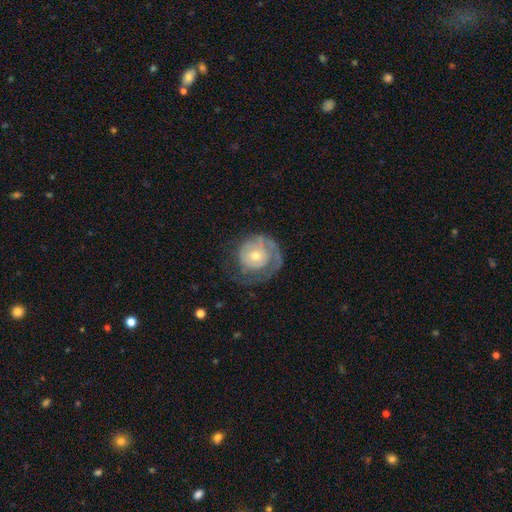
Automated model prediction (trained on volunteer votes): This appears to be a featured or disk galaxy (64%) with no bar (80%), spiral arms (73%) and a moderate central bulge (47%, tied with small). Merging: none (51%).